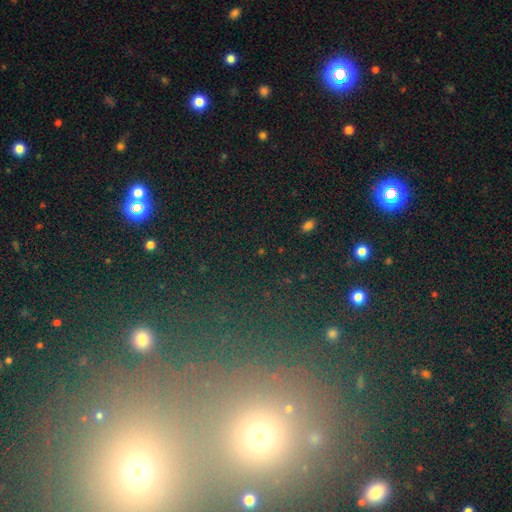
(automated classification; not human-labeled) Morphology: type=star or artifact (57%).